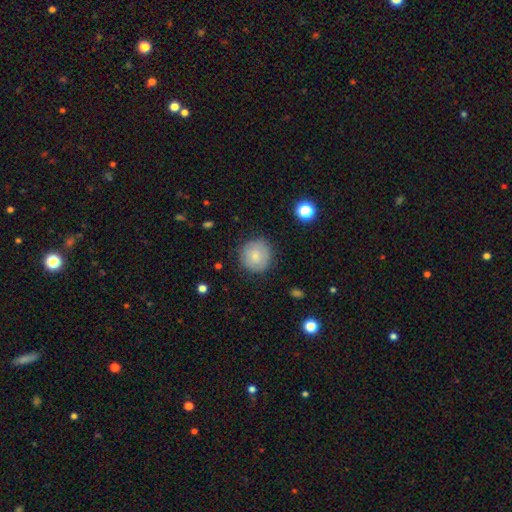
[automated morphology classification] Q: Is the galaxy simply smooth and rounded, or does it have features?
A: smooth — 76%.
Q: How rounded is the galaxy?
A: round — 92%.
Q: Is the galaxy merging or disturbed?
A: none — 81%.